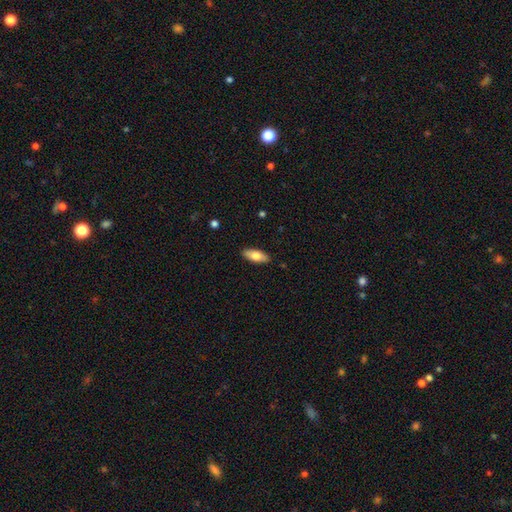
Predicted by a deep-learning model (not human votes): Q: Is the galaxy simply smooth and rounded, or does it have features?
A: smooth — 74%.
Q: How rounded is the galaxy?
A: in between — 79%.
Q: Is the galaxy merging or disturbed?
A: none — 88%.